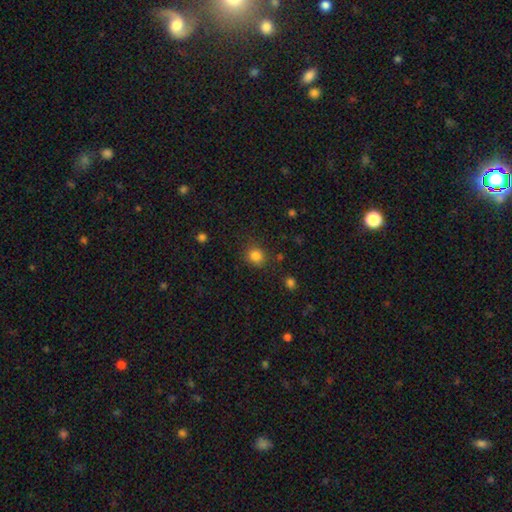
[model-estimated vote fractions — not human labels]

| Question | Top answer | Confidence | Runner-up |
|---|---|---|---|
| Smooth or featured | smooth | 83% | star or artifact (12%) |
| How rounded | round | 81% | in between (18%) |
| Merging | none | 84% | minor disturbance (10%) |